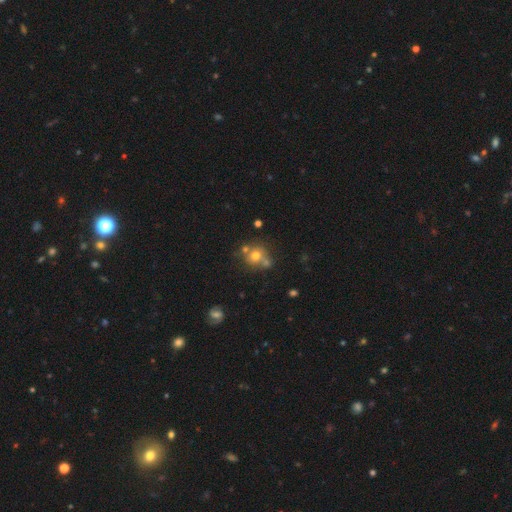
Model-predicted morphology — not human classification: The model was most divided on "merging": none: 54%, merger: 29%, minor disturbance: 12%, major disturbance: 5%. More confident: how rounded — round (84%); smooth or featured — smooth (67%).